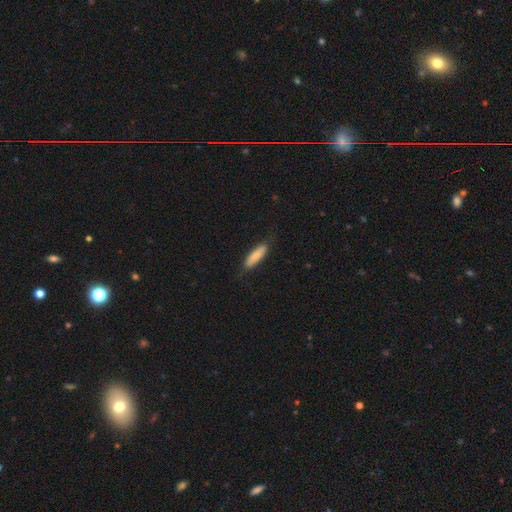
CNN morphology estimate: A smooth galaxy with no disk features (77%) that is cigar-shaped (55%).

Vote fractions:
- Smooth or featured? smooth: 77% / featured or disk: 17% / star or artifact: 6%
- How rounded? cigar-shaped: 55% / in between: 44% / round: 2%
- Merging? none: 80% / minor disturbance: 16% / major disturbance: 3% / merger: 1%